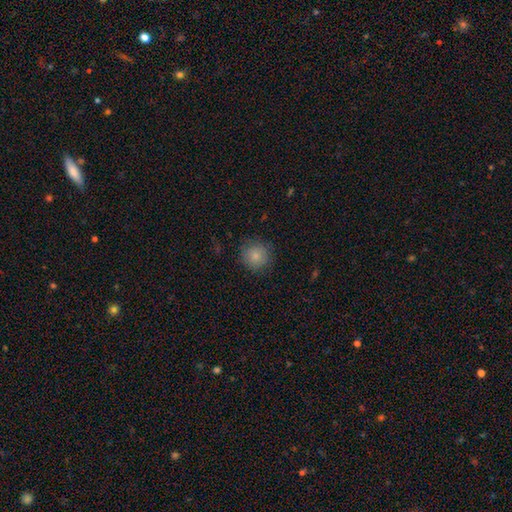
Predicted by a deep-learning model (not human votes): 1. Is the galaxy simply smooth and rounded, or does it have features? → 84% smooth, 9% star or artifact, 7% featured or disk.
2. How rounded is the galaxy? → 93% round, 6% in between, 1% cigar-shaped.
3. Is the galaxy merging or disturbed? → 85% none, 11% minor disturbance, 3% major disturbance, 1% merger.